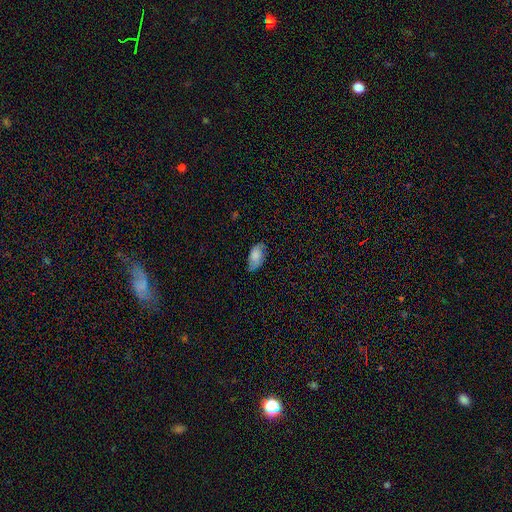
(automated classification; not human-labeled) Smooth or featured?
  - smooth: 68% *
  - featured or disk: 24%
  - star or artifact: 8%
How rounded?
  - in between: 93% *
  - round: 4%
  - cigar-shaped: 3%
Merging?
  - none: 65% *
  - minor disturbance: 28%
  - major disturbance: 6%
  - merger: 1%